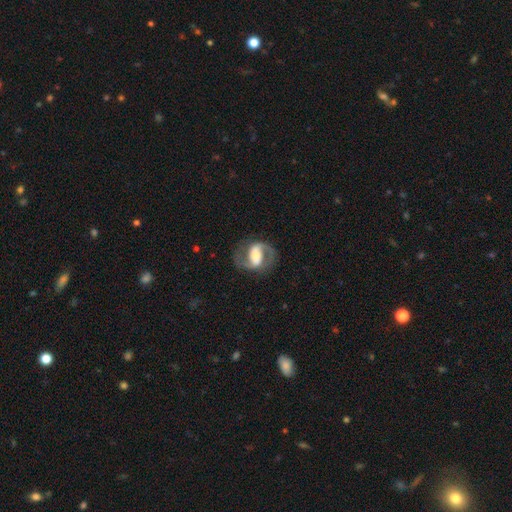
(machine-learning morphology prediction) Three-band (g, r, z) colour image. It shows a featured or disk galaxy (84%) with a strong bar (44%), 2 (90%) medium (57%) spiral arms (92%) and a moderate central bulge (51%). Merging: none (77%).